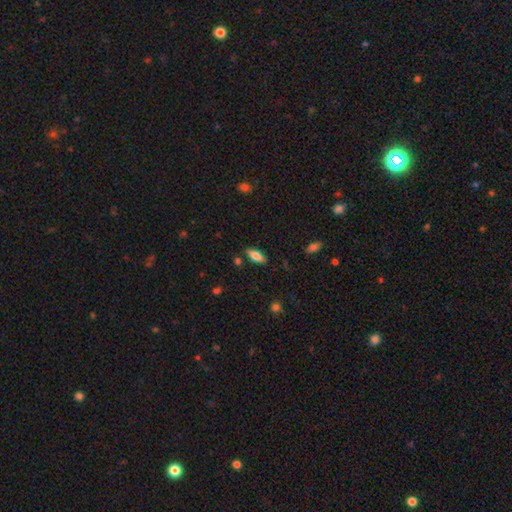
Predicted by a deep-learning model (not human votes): This appears to be a smooth galaxy with no disk features (69%) that is in between round and cigar-shaped (74%). Merging: none (85%).